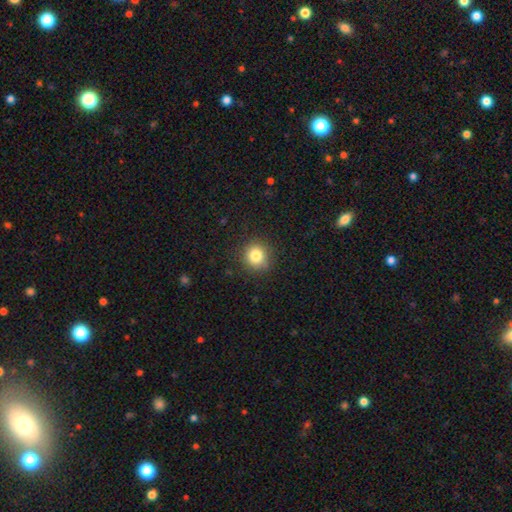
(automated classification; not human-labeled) Smooth or featured? smooth (83%)
How rounded? round (89%)
Merging? none (89%)